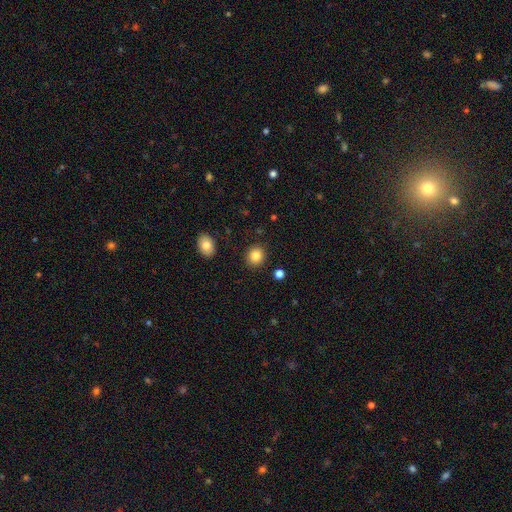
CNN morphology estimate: smooth 85%, star or artifact 9%, featured or disk 5%. Down the decision tree: how rounded — round (81%); merging — none (90%).